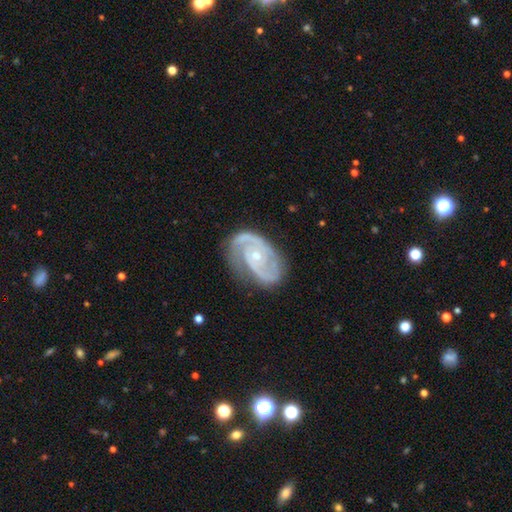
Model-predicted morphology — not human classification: A featured or disk galaxy (90%) with no bar (63%), 2 (82%) tight (45%, tied with medium) spiral arms (97%) and a small central bulge (66%). Merging: none (72%).